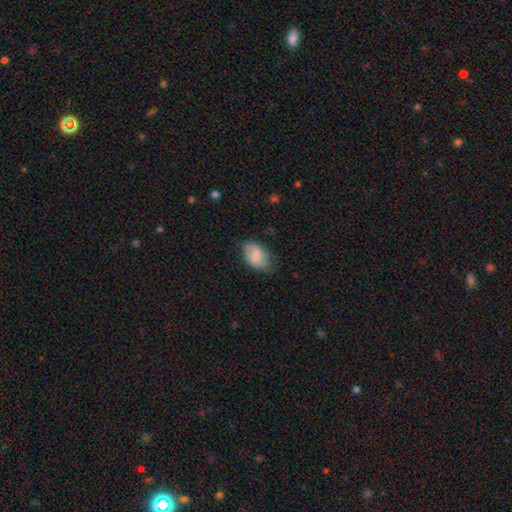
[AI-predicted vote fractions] Q: Smooth or featured?
A: smooth (74%); runner-up: featured or disk (20%)
Q: How rounded?
A: in between (89%); runner-up: round (9%)
Q: Merging?
A: none (65%); runner-up: minor disturbance (28%)